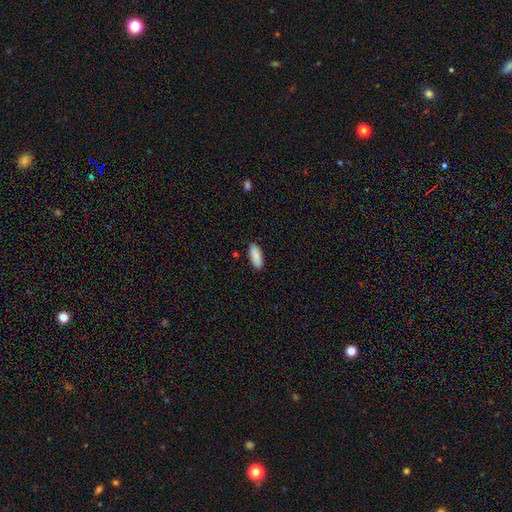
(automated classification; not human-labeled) Morphology: type=smooth (90%); roundness=in between (80%); merging=none (87%).